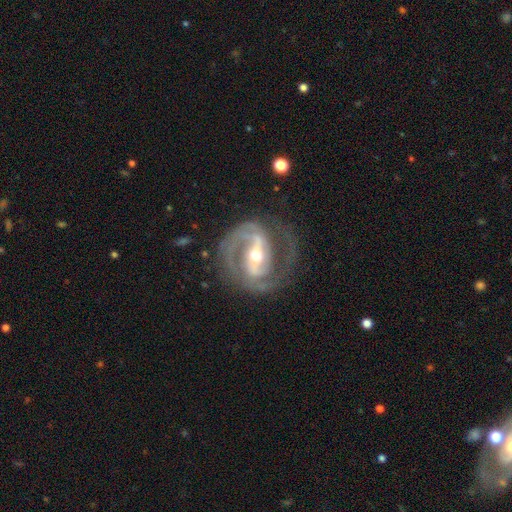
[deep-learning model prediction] Overall: featured or disk (91%). Edge-on disk: no (97%). Bar: strong (58%; weak 29%). Spiral arms: yes (96%). Spiral arm count: 2 (84%). Spiral winding: medium (52%; tight 35%). Bulge size: moderate (54%; small 42%). Merging: none (69%).